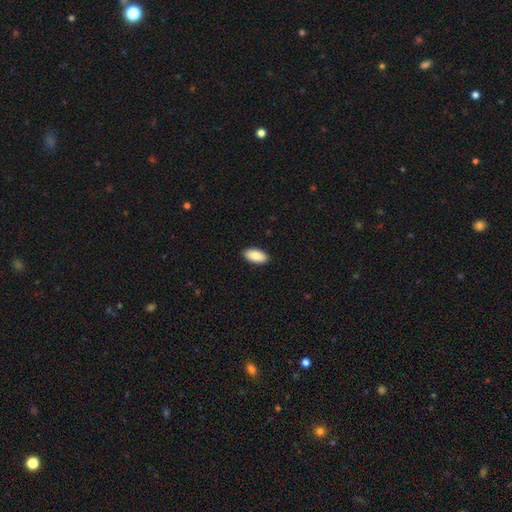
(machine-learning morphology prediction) smooth_or_featured: smooth (p=0.86) [alt: featured or disk p=0.08]
how_rounded: in between (p=0.94) [alt: cigar-shaped p=0.04]
merging: none (p=0.91) [alt: minor disturbance p=0.06]